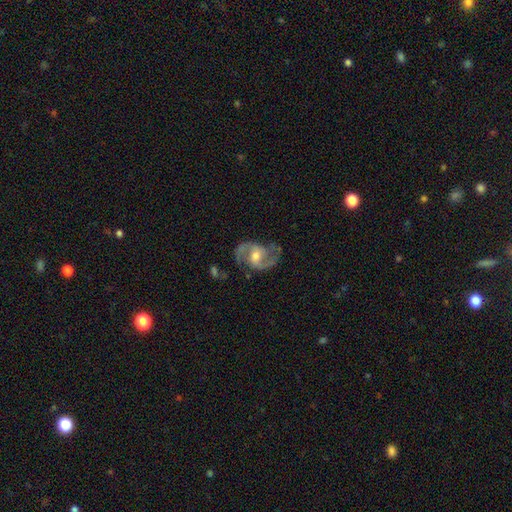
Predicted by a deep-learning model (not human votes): Q: Smooth or featured?
A: featured or disk (91%); runner-up: star or artifact (5%)
Q: Edge-on disk?
A: no (98%); runner-up: yes (2%)
Q: Bar?
A: weak (47%); runner-up: no (33%)
Q: Spiral arms?
A: yes (97%); runner-up: no (3%)
Q: Spiral winding?
A: medium (59%); runner-up: loose (26%)
Q: Spiral arm count?
A: 2 (92%); runner-up: 3 (2%)
Q: Bulge size?
A: moderate (63%); runner-up: small (30%)
Q: Merging?
A: none (77%); runner-up: minor disturbance (15%)